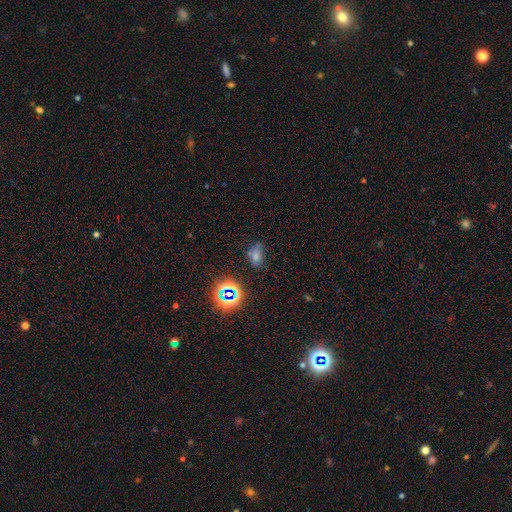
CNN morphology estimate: This is marginally a smooth galaxy (43%). Merging: possibly none (59%).